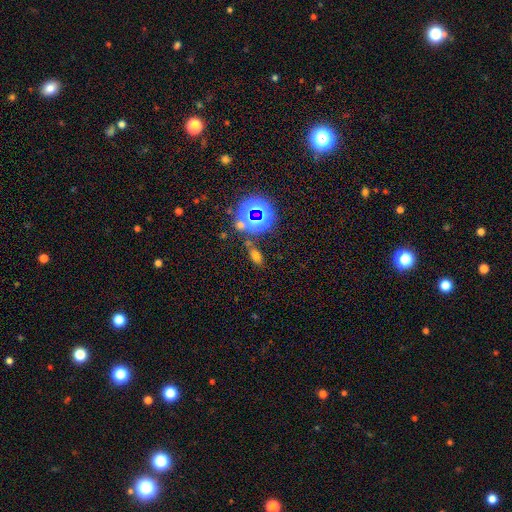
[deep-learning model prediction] This appears to be a smooth galaxy with no disk features (59%) that is in between round and cigar-shaped (80%). Merging: none (76%).